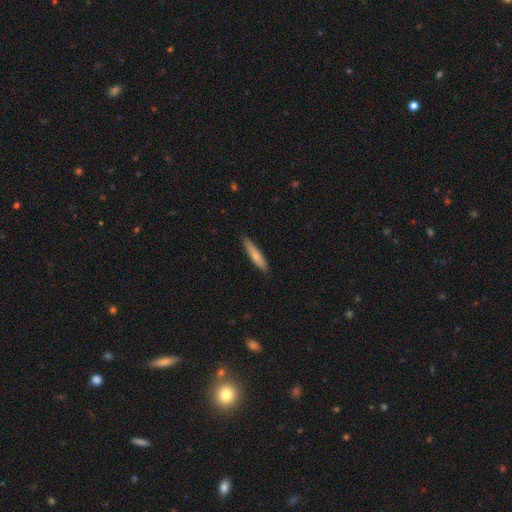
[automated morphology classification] type=smooth (71%); roundness=cigar-shaped (88%); merging=none (88%).